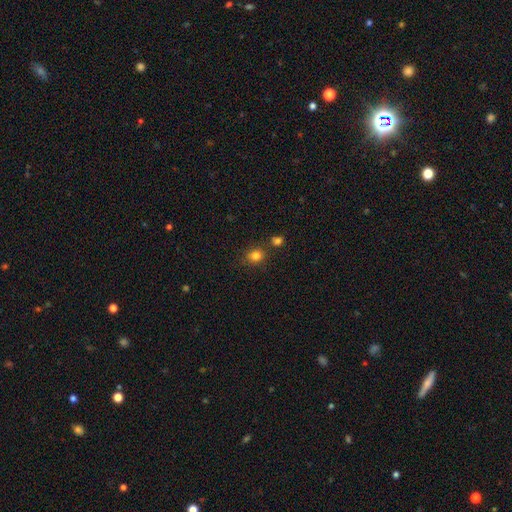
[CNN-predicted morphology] smooth 81%, star or artifact 13%, featured or disk 6%. Down the decision tree: how rounded — round (73%); merging — none (75%).